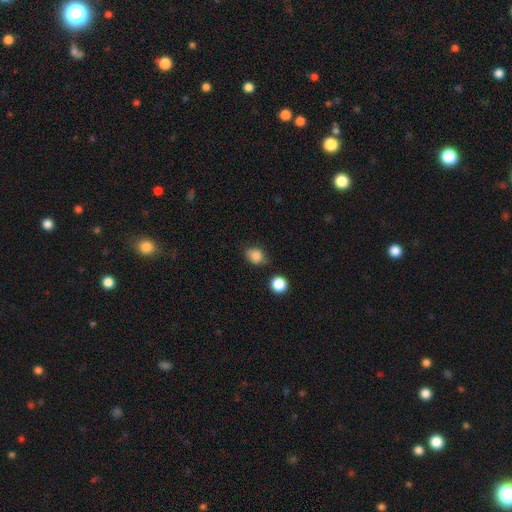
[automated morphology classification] Smooth or featured? smooth (84%)
How rounded? in between (50%)
Merging? none (69%)